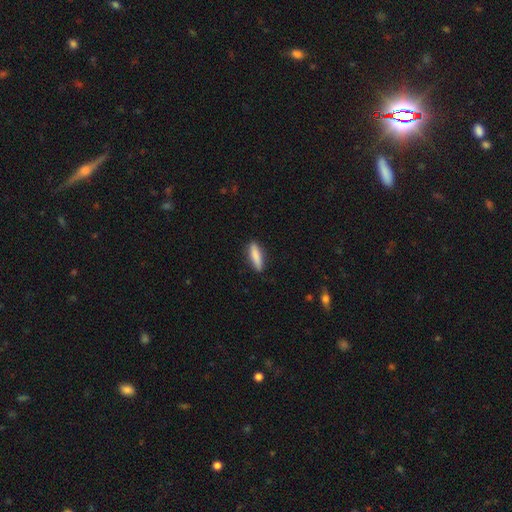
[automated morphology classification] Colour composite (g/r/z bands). It shows a smooth galaxy with no disk features (85%) that is cigar-shaped (66%). Merging: none (87%).